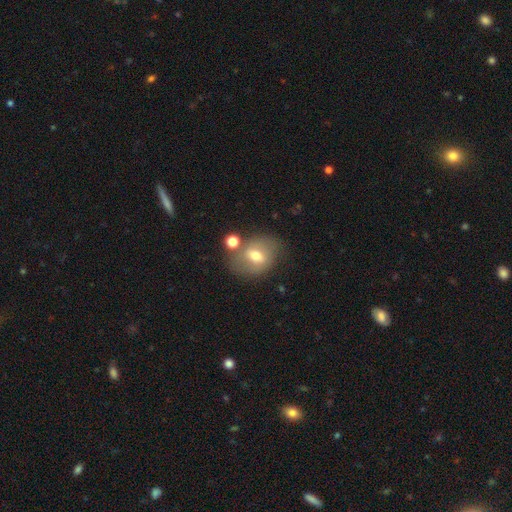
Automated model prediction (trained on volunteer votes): Morphology: type=smooth (53%); roundness=in between (53%); merging=none (62%).